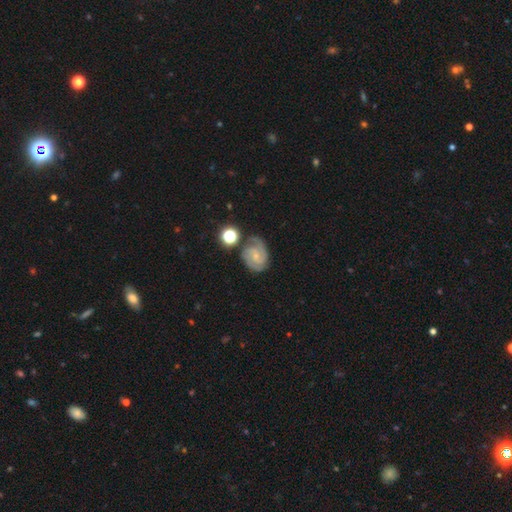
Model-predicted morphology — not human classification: This appears to be a featured or disk galaxy (81%) with no bar (57%), 2 (54%) tight (56%) spiral arms (97%) and a small central bulge (70%). Merging: none (65%).